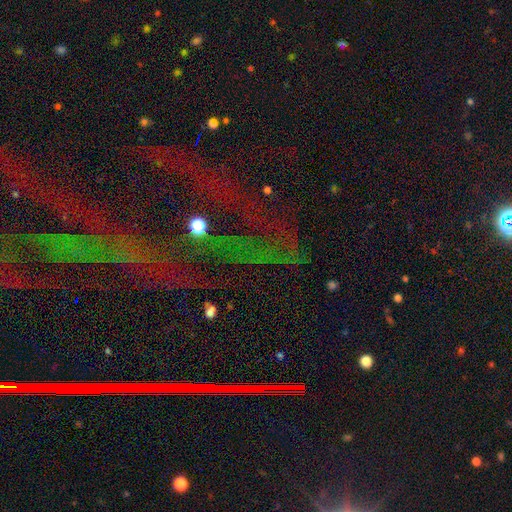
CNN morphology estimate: The model was most divided on "smooth or featured": star or artifact: 79%, featured or disk: 11%, smooth: 10%.